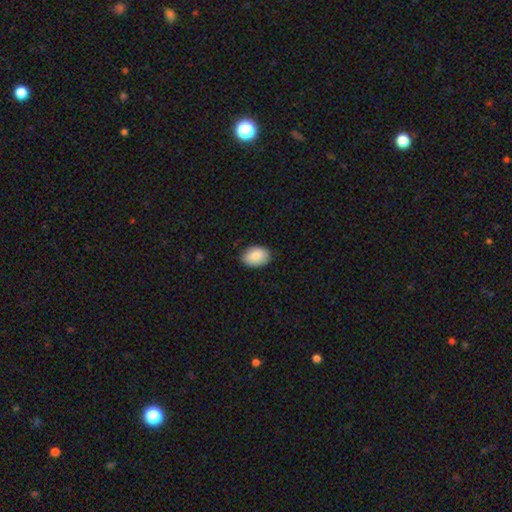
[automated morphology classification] smooth 84%, featured or disk 9%, star or artifact 7%. Down the decision tree: how rounded — in between (84%); merging — none (81%).